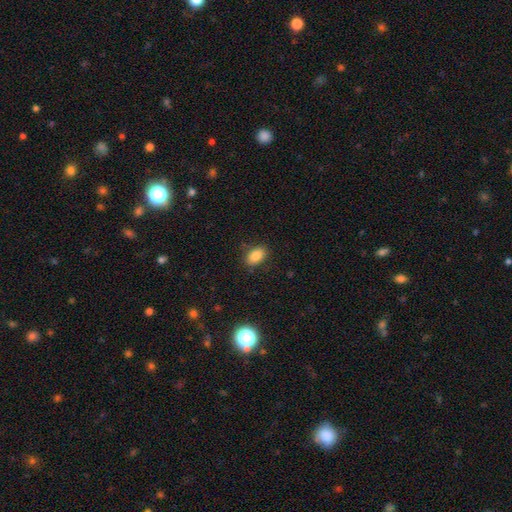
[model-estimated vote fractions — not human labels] A smooth galaxy with no disk features (86%) that is in between round and cigar-shaped (87%).

Vote fractions:
- Smooth or featured? smooth: 86% / star or artifact: 10% / featured or disk: 4%
- How rounded? in between: 87% / round: 11% / cigar-shaped: 2%
- Merging? none: 84% / minor disturbance: 11% / major disturbance: 3% / merger: 1%